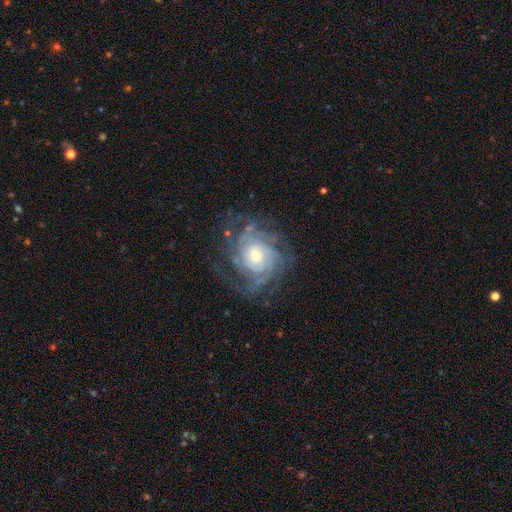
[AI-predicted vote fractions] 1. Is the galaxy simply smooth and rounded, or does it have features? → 86% featured or disk, 8% smooth, 6% star or artifact.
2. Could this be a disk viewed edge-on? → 97% no, 3% yes.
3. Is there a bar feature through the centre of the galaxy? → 71% no, 24% weak, 5% strong.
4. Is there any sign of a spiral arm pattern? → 96% yes, 4% no.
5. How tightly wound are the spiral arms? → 64% tight, 29% medium, 8% loose.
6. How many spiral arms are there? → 34% can't tell, 19% 4, 17% 3, 13% 2, 9% more than 4, 7% 1.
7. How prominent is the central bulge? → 45% moderate, 40% small, 11% large, 2% none, 1% dominant.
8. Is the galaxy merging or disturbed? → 68% none, 17% minor disturbance, 14% major disturbance, 1% merger.